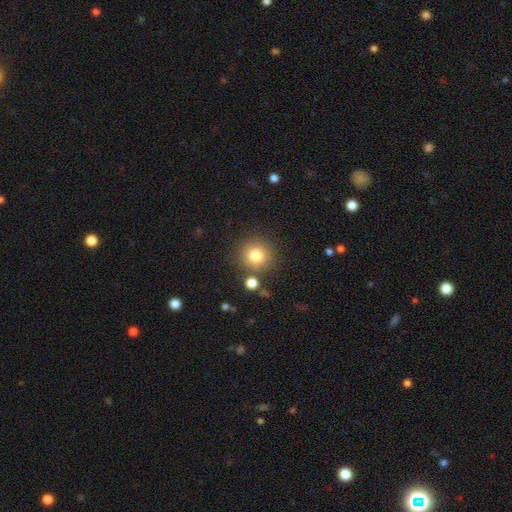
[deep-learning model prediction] smooth-or-featured: smooth: 80% | star or artifact: 12% | featured or disk: 8%
  how-rounded: round: 93% | in between: 7% | cigar-shaped: 1%
  merging: none: 81% | minor disturbance: 9% | merger: 7% | major disturbance: 3%